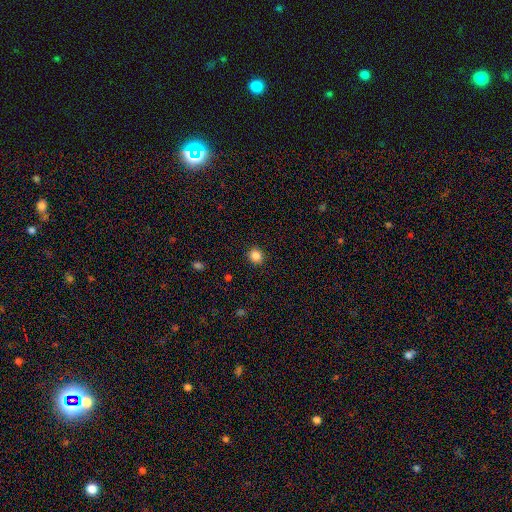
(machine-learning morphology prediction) smooth_or_featured: smooth (p=0.85) [alt: star or artifact p=0.11]
how_rounded: round (p=0.85) [alt: in between p=0.14]
merging: none (p=0.91) [alt: minor disturbance p=0.06]